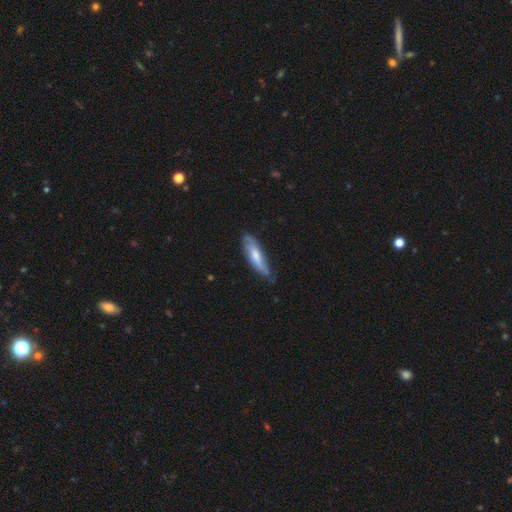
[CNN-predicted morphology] Smooth or featured? Predicted: smooth (p=0.52). How rounded? Predicted: cigar-shaped (p=0.60). Merging? Predicted: none (p=0.58).